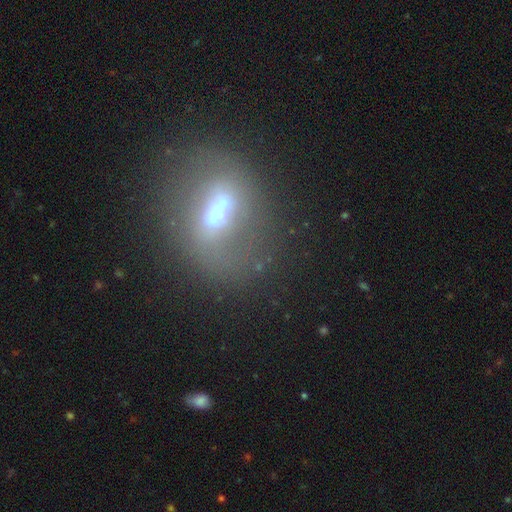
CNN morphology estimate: Smooth or featured? featured or disk (57%)
Edge-on disk? no (83%)
Merging? none (74%)